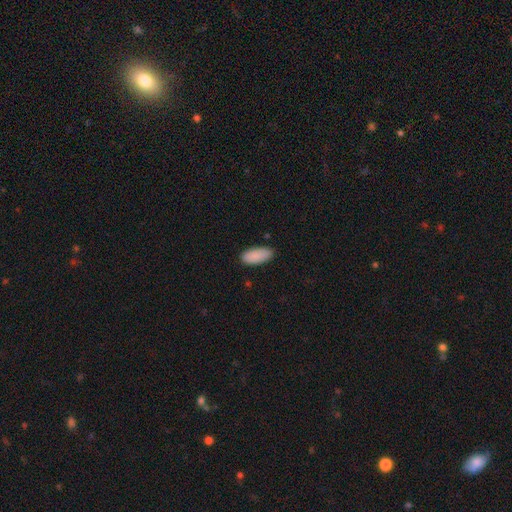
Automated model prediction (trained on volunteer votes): A smooth galaxy with no disk features (90%) that is in between round and cigar-shaped (88%).

Vote fractions:
- Smooth or featured? smooth: 90% / star or artifact: 6% / featured or disk: 4%
- How rounded? in between: 88% / cigar-shaped: 11% / round: 2%
- Merging? none: 85% / minor disturbance: 12% / major disturbance: 2% / merger: 1%